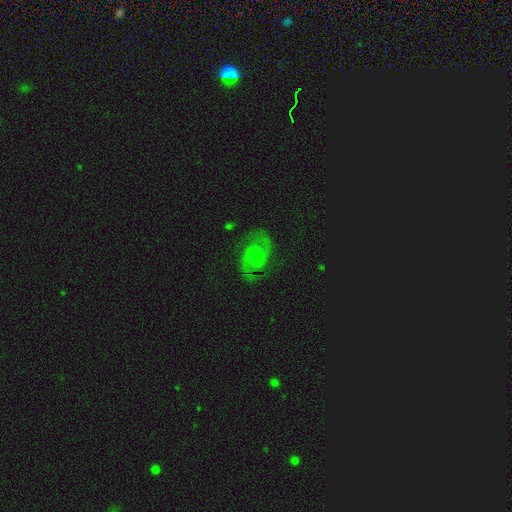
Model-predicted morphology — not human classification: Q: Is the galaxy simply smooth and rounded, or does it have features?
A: featured or disk — 79%.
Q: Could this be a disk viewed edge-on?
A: no — 97%.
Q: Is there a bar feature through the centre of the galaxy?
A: no — 52%.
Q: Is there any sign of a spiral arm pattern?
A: yes — 94%.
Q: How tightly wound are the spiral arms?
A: medium — 58%.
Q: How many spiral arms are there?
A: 2 — 91%.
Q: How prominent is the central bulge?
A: small — 53%.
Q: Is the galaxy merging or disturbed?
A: none — 77%.